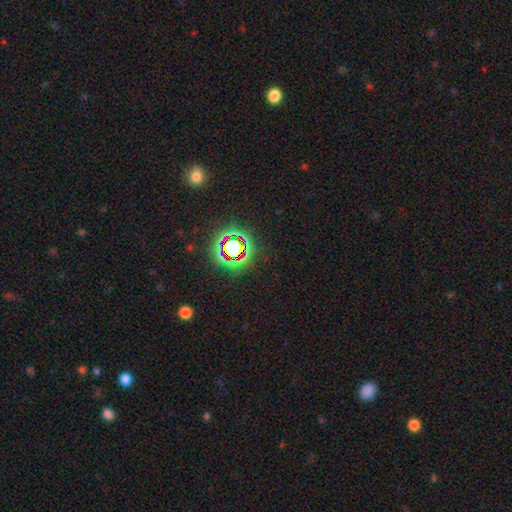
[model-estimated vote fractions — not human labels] Smooth or featured: star or artifact — 79% (smooth — 13%)